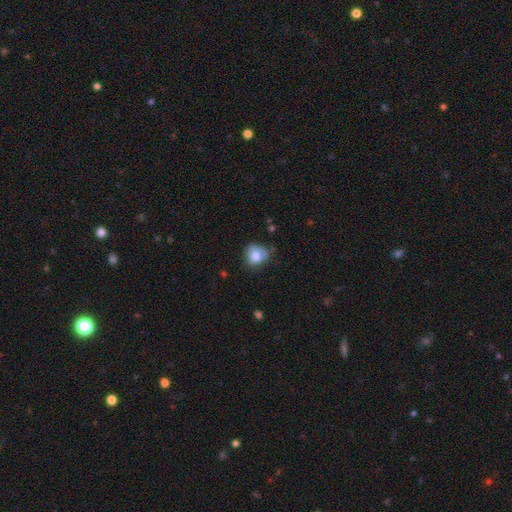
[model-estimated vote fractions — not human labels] The model was most divided on "merging": none: 54%, minor disturbance: 31%, major disturbance: 12%, merger: 3%. More confident: smooth or featured — smooth (75%); how rounded — round (69%).